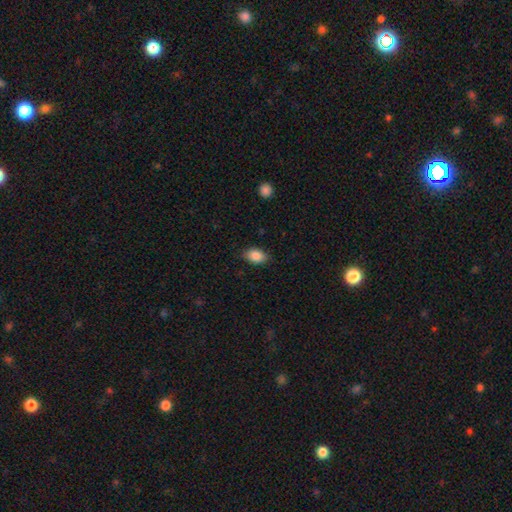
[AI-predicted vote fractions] A smooth galaxy with no disk features (87%) that is in between round and cigar-shaped (86%). Merging: none (83%).